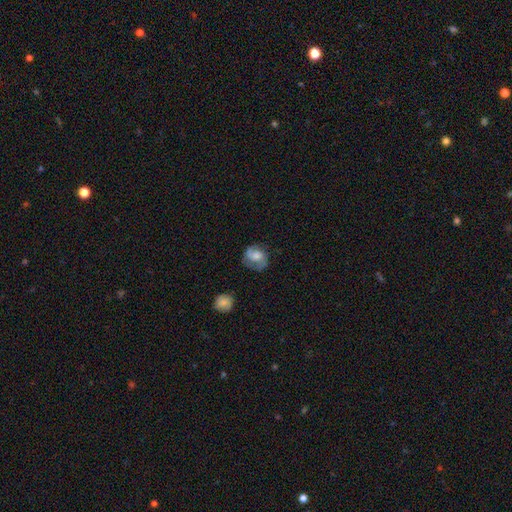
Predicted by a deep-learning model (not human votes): This appears to be a featured or disk galaxy (56%) with no bar (65%), spiral arms (87%) and a moderate central bulge (37%). Merging: none (62%).